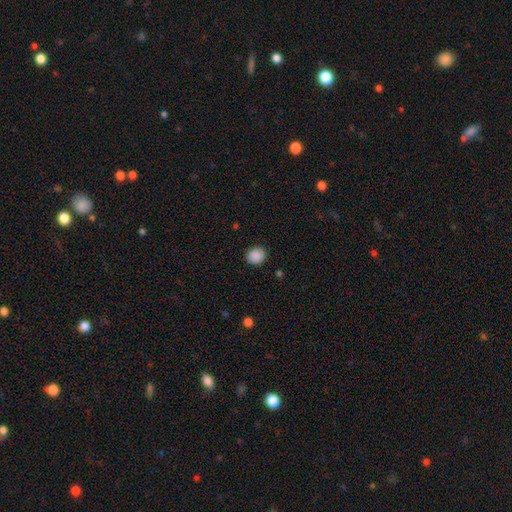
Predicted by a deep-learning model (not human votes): Smooth or featured? smooth (89%)
How rounded? round (80%)
Merging? none (89%)